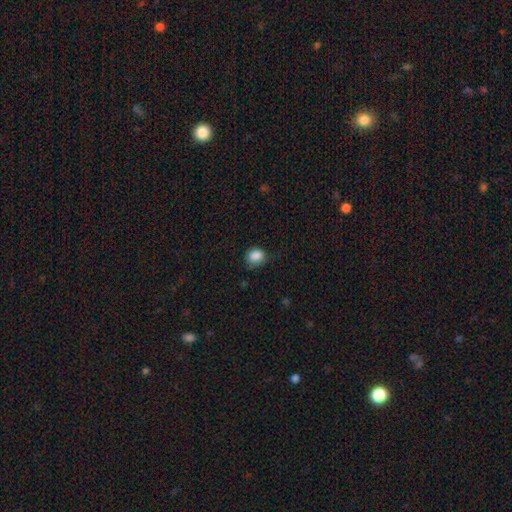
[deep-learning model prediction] The model was most divided on "how rounded": in between: 55%, round: 44%, cigar-shaped: 1%. More confident: smooth or featured — smooth (87%); merging — none (62%).